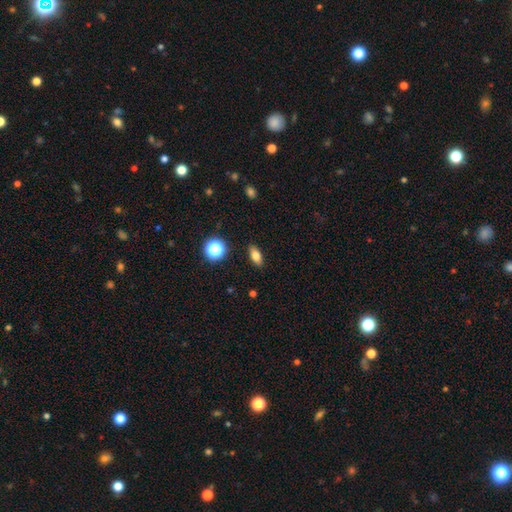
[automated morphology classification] A smooth galaxy with no disk features (77%) that is in between round and cigar-shaped (78%).

Vote fractions:
- Smooth or featured? smooth: 77% / featured or disk: 12% / star or artifact: 11%
- How rounded? in between: 78% / cigar-shaped: 13% / round: 9%
- Merging? none: 89% / minor disturbance: 8% / major disturbance: 2% / merger: 1%